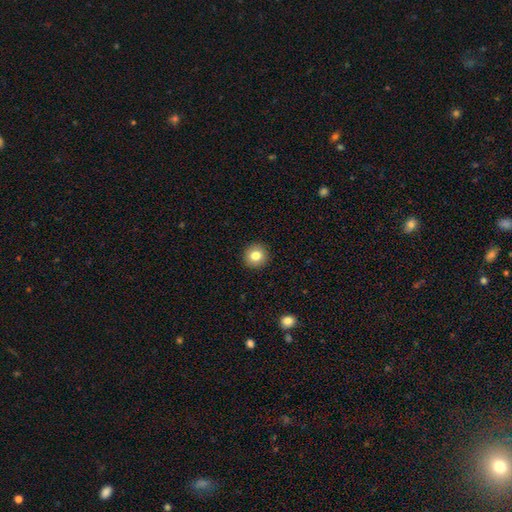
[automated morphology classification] Overall: smooth (81%). How rounded: round (94%). Merging: none (93%).